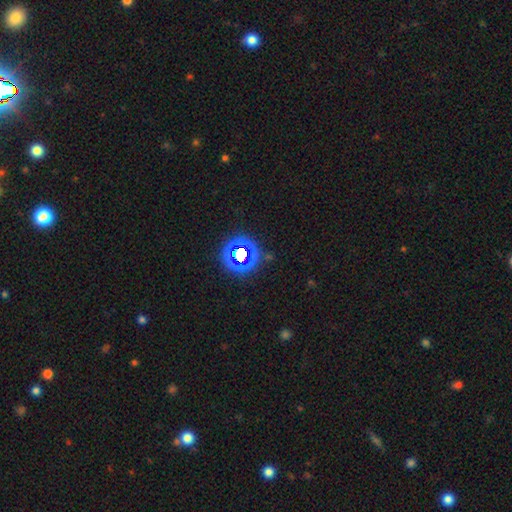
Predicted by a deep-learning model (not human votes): Morphology: type=star or artifact (64%).